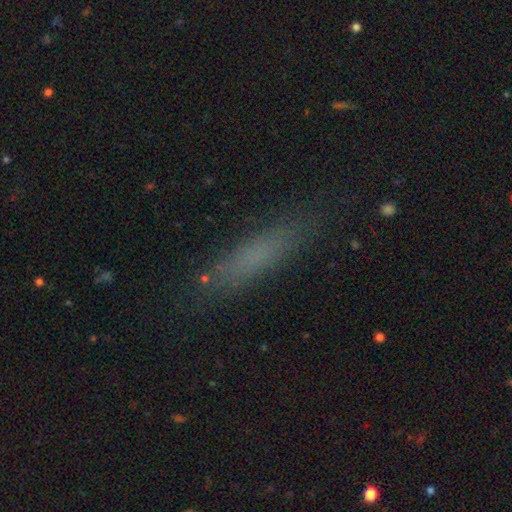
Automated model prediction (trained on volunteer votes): Overall: smooth (66%). How rounded: cigar-shaped (81%). Merging: none (83%).